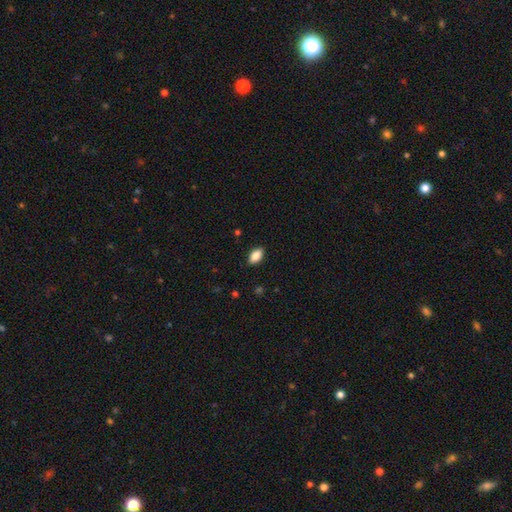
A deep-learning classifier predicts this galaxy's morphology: Smooth or featured? Predicted: smooth (p=0.86). How rounded? Predicted: in between (p=0.92). Merging? Predicted: none (p=0.88).